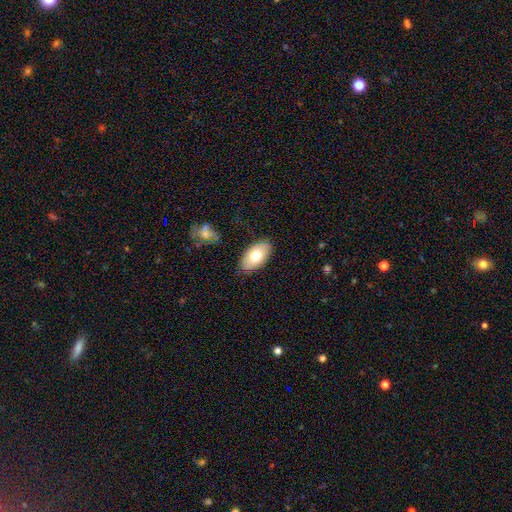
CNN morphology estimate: Q: Smooth or featured?
A: smooth (74%); runner-up: featured or disk (20%)
Q: How rounded?
A: in between (95%); runner-up: round (3%)
Q: Merging?
A: none (85%); runner-up: minor disturbance (11%)